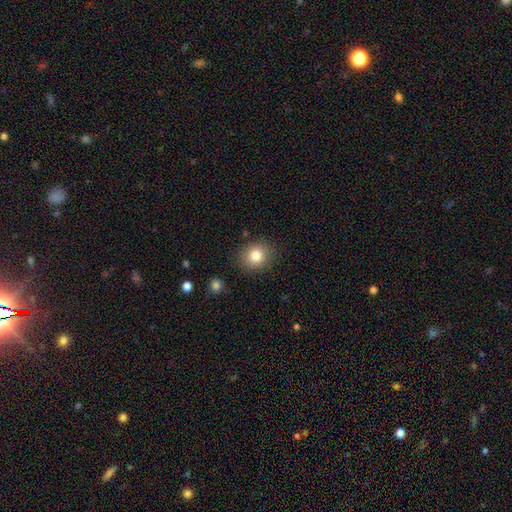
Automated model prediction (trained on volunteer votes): Smooth or featured: smooth — 82% (star or artifact — 10%)
How rounded: round — 75% (in between — 24%)
Merging: none — 87% (minor disturbance — 9%)